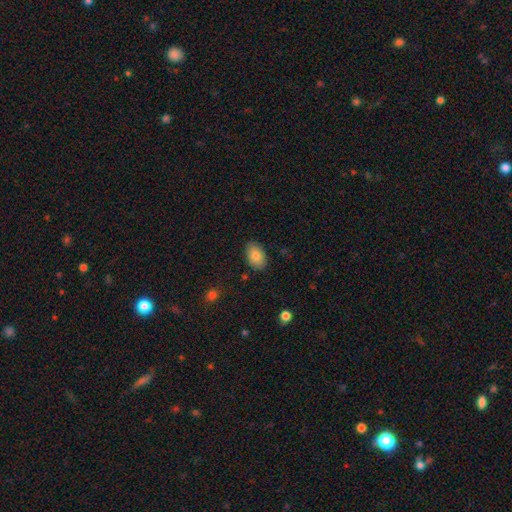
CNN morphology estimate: This is clearly a smooth galaxy (83%). How rounded: clearly in between (90%). Merging: clearly none (86%).